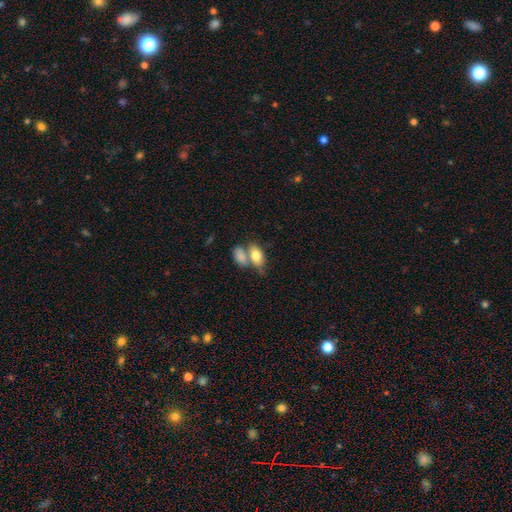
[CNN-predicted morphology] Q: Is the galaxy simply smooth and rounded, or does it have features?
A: smooth — 78%.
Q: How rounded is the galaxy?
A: in between — 88%.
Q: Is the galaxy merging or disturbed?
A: merger — 53%.